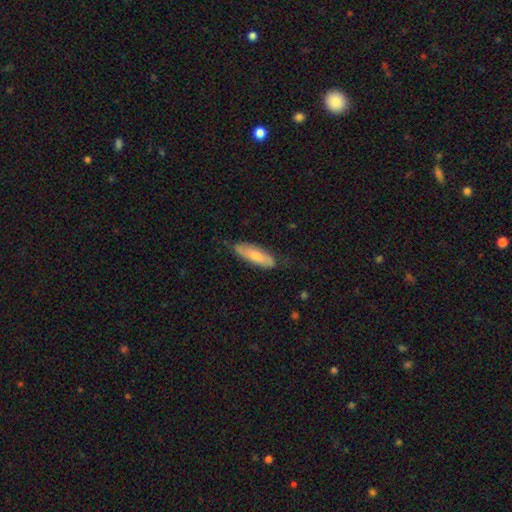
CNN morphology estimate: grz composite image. It shows a smooth galaxy with no disk features (67%) that is in between round and cigar-shaped (57%). Merging: none (74%).